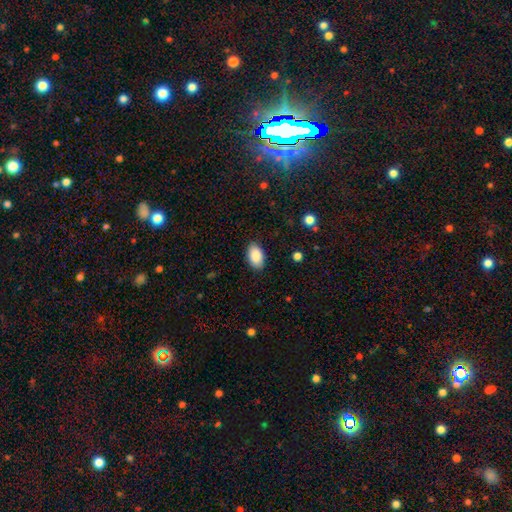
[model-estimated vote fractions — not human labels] Smooth or featured? Predicted: smooth (p=0.89). How rounded? Predicted: in between (p=0.93). Merging? Predicted: none (p=0.87).